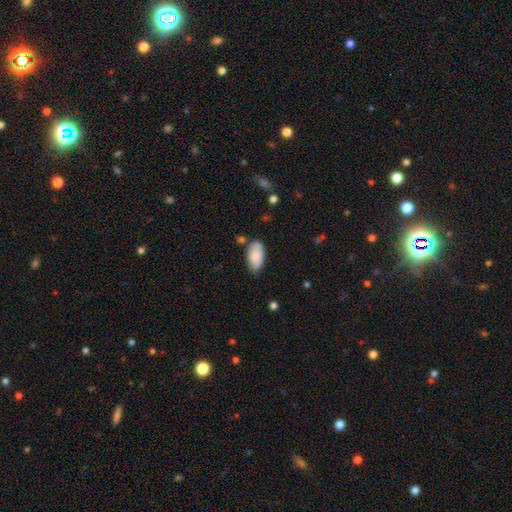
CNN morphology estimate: Smooth or featured? smooth (85%)
How rounded? in between (95%)
Merging? none (74%)